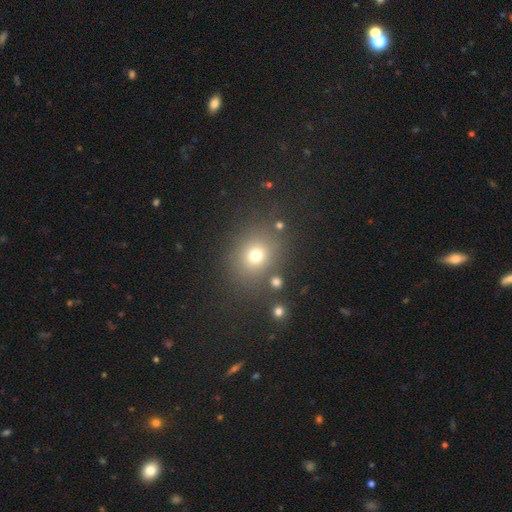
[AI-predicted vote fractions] Smooth or featured? smooth (71%)
How rounded? round (69%)
Merging? none (79%)